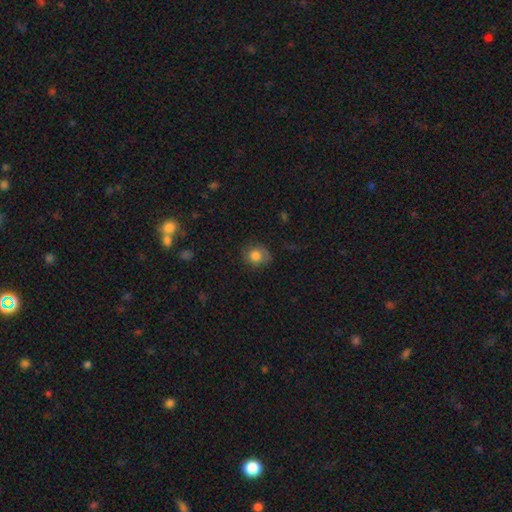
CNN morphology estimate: This is likely a smooth galaxy (79%). How rounded: likely round (72%). Merging: likely none (72%).